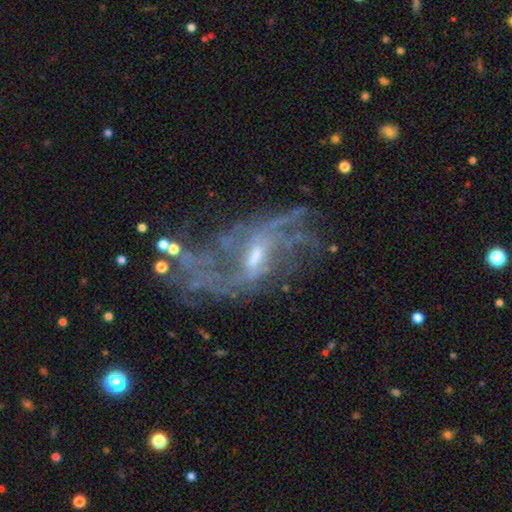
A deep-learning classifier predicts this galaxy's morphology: The model was most divided on "merging": none: 45%, major disturbance: 31%, minor disturbance: 17%, merger: 7%. Remaining: edge-on disk — no (95%); spiral arms — yes (88%); smooth or featured — featured or disk (85%); spiral winding — loose (67%); bulge size — small (54%); bar — weak (53%); spiral arm count — 2 (48%).